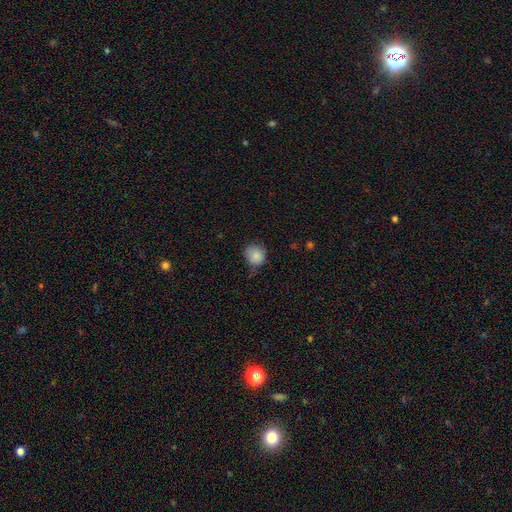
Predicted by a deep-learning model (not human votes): Smooth or featured? Predicted: smooth (p=0.86). How rounded? Predicted: round (p=0.79). Merging? Predicted: none (p=0.62).